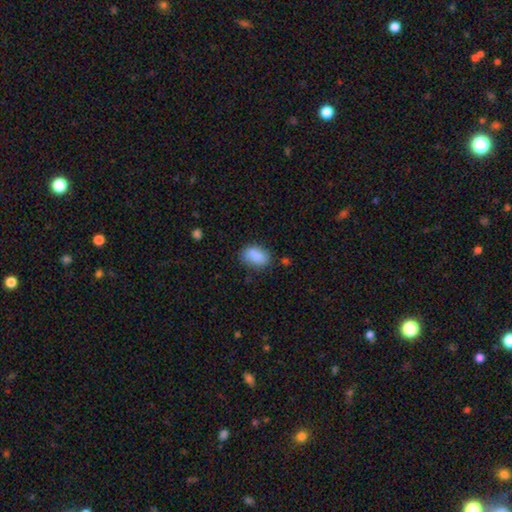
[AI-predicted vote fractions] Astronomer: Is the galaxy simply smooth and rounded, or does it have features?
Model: smooth — 86%.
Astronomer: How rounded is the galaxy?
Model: in between — 85%.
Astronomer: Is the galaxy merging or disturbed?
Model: none — 71%.